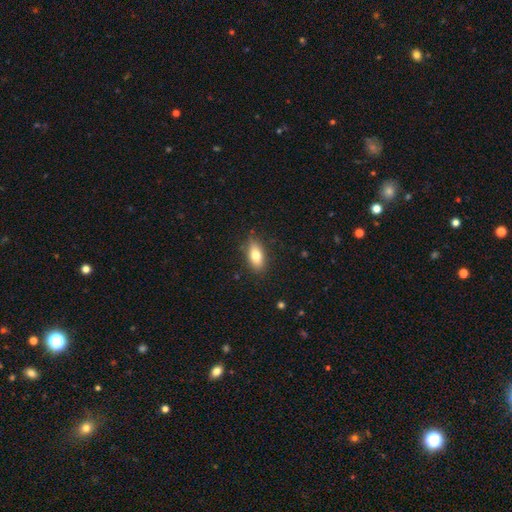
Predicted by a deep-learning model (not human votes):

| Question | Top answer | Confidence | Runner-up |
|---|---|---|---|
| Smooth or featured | smooth | 79% | featured or disk (14%) |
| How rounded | in between | 85% | cigar-shaped (10%) |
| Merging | none | 83% | minor disturbance (13%) |